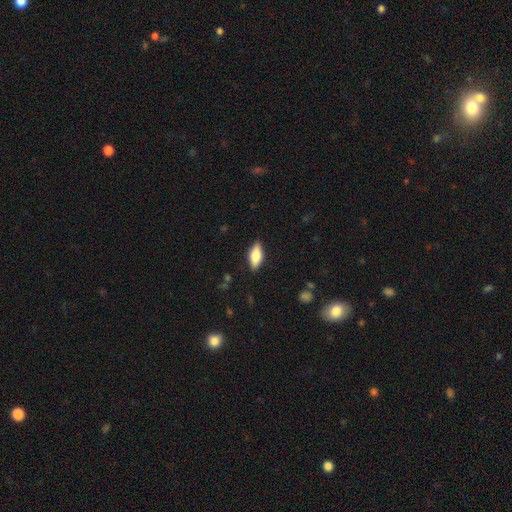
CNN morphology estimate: Smooth or featured: smooth — 69% (featured or disk — 24%)
How rounded: in between — 75% (cigar-shaped — 22%)
Merging: none — 86% (minor disturbance — 10%)